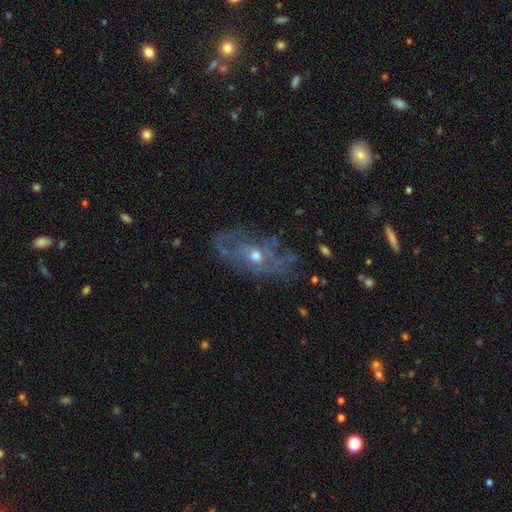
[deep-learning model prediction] smooth_or_featured: featured or disk (p=0.68) [alt: smooth p=0.22]
disk_edge_on: no (p=0.91) [alt: yes p=0.09]
bar: no (p=0.84) [alt: weak p=0.13]
has_spiral_arms: no (p=0.50) [tied with: yes p=0.50]
bulge_size: moderate (p=0.62) [alt: small p=0.31]
merging: none (p=0.52) [alt: minor disturbance p=0.23]